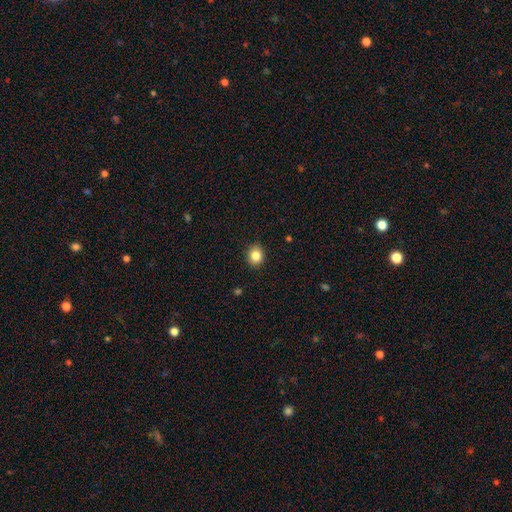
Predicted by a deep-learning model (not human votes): Morphology: type=smooth (84%); roundness=round (67%); merging=none (89%).